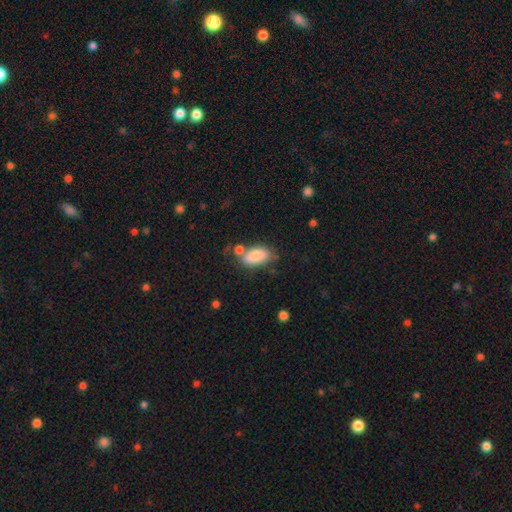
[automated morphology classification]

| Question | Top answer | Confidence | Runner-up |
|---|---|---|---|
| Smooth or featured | smooth | 82% | featured or disk (11%) |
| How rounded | in between | 91% | cigar-shaped (5%) |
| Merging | none | 56% | minor disturbance (20%) |